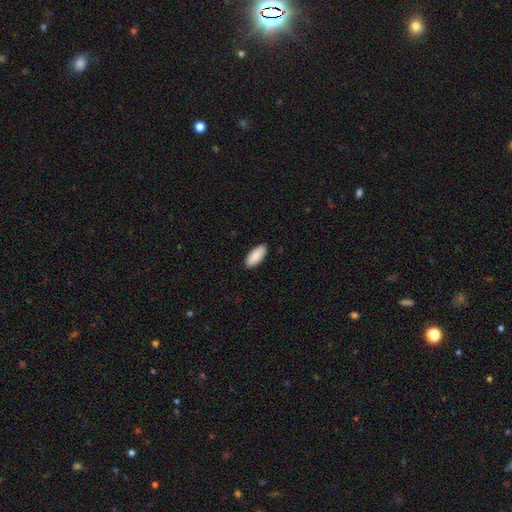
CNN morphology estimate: A smooth galaxy with no disk features (90%) that is in between round and cigar-shaped (86%). Merging: none (90%).